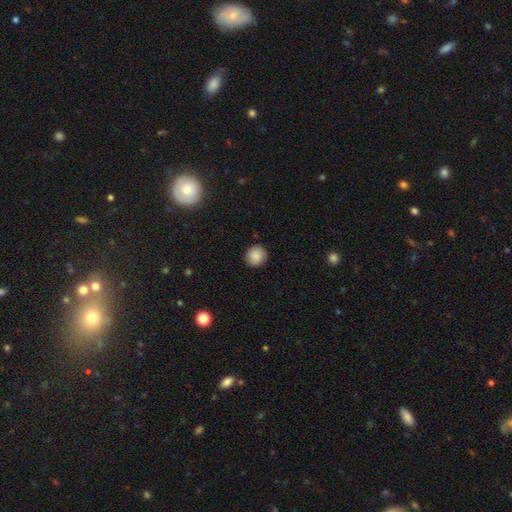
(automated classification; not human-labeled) smooth 87%, star or artifact 9%, featured or disk 4%. Down the decision tree: how rounded — round (91%); merging — none (90%).